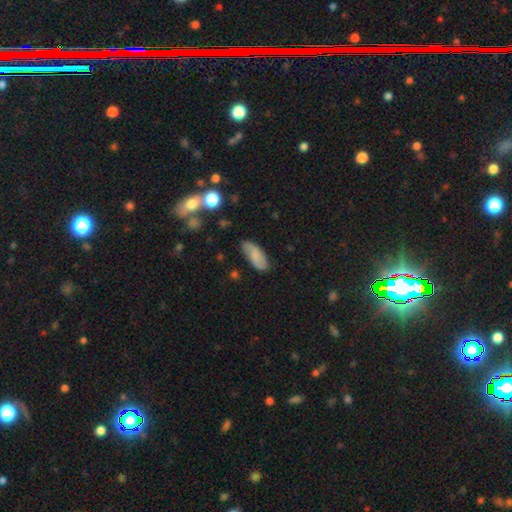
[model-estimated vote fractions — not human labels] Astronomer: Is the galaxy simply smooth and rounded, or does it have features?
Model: smooth — 69%.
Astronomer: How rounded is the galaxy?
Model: in between — 83%.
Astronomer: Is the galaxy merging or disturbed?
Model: none — 77%.